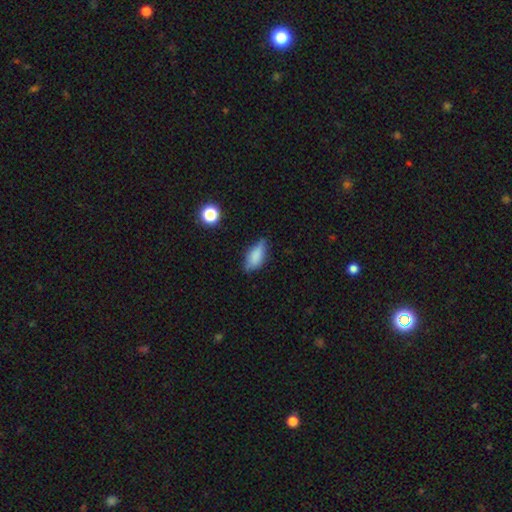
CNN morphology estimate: The model was most divided on "merging": none: 60%, minor disturbance: 32%, major disturbance: 6%, merger: 2%. More confident: how rounded — in between (80%); smooth or featured — smooth (74%).